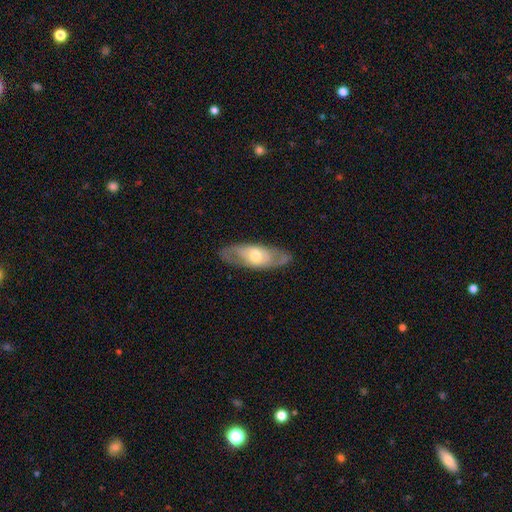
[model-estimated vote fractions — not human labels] A featured or disk galaxy (62%).

Vote fractions:
- Smooth or featured? featured or disk: 62% / smooth: 33% / star or artifact: 5%
- Edge-on disk? no: 79% / yes: 21%
- Merging? none: 82% / minor disturbance: 13% / major disturbance: 4% / merger: 1%